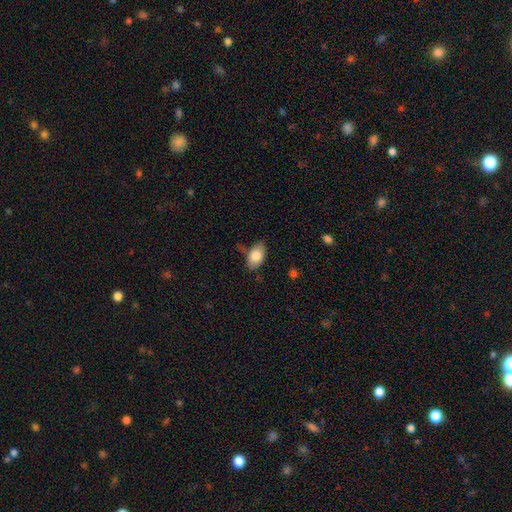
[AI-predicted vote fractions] Overall: smooth (83%). How rounded: in between (91%). Merging: none (66%).